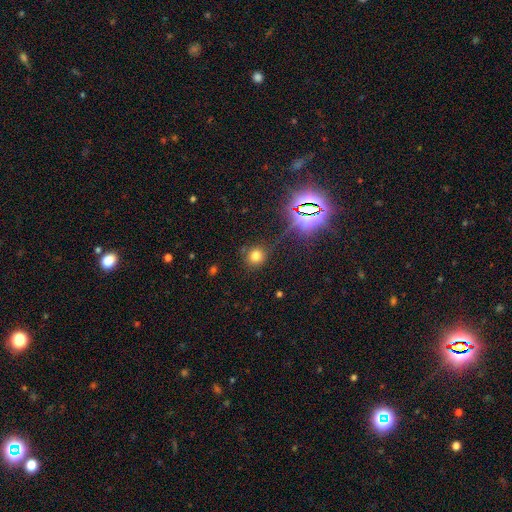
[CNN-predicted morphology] Smooth or featured: smooth — 70% (star or artifact — 23%)
How rounded: round — 87% (in between — 12%)
Merging: none — 81% (minor disturbance — 11%)